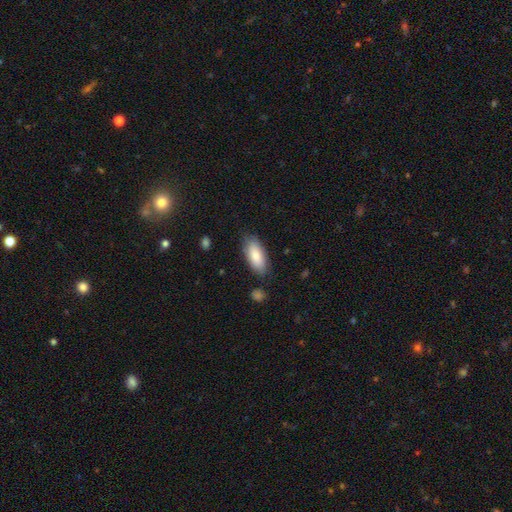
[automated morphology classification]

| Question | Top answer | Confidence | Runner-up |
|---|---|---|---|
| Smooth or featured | smooth | 82% | featured or disk (12%) |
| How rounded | in between | 86% | cigar-shaped (12%) |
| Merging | none | 80% | minor disturbance (15%) |